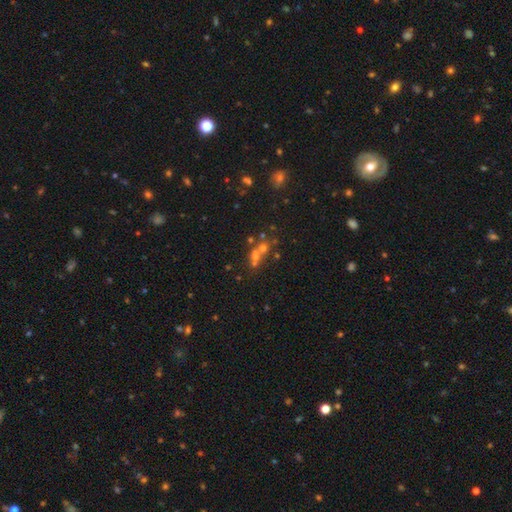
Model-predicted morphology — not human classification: smooth 40%, star or artifact 34%, featured or disk 26%. Down the decision tree: merging — merger (44%).